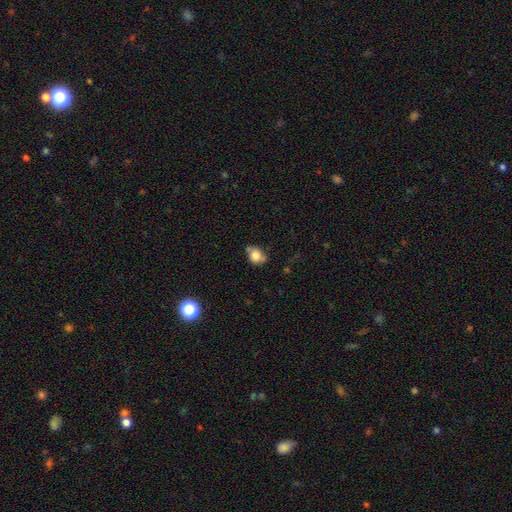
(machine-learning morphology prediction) Smooth or featured? Predicted: smooth (p=0.78). How rounded? Predicted: in between (p=0.50). Merging? Predicted: none (p=0.59).